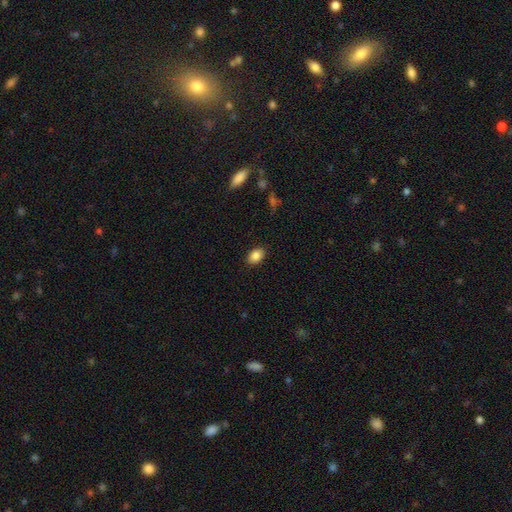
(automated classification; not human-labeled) smooth_or_featured: smooth (p=0.87) [alt: star or artifact p=0.09]
how_rounded: in between (p=0.82) [alt: round p=0.17]
merging: none (p=0.88) [alt: minor disturbance p=0.09]